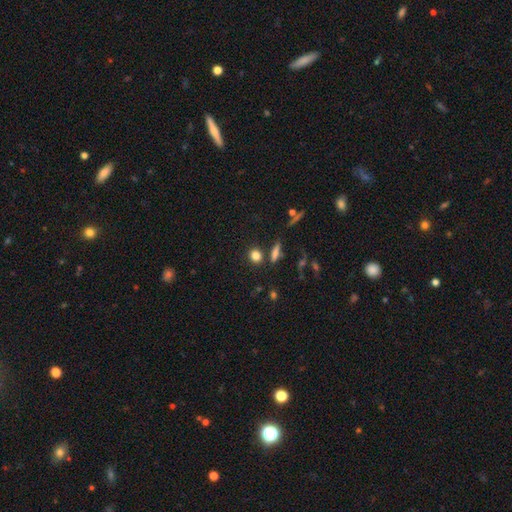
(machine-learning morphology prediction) Smooth or featured? smooth (81%)
How rounded? round (68%)
Merging? none (80%)